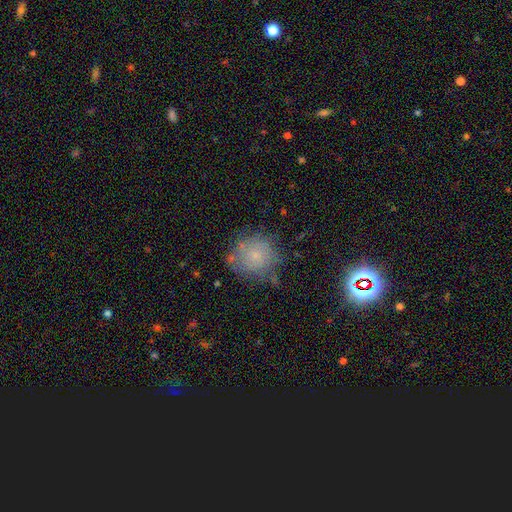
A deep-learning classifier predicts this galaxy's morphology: A smooth galaxy with no disk features (64%) that is round (86%). Merging: none (63%).